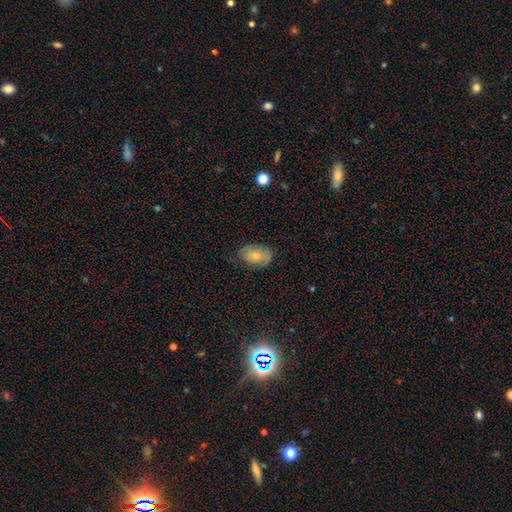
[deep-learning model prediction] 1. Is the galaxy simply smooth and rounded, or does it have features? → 60% smooth, 33% featured or disk, 7% star or artifact.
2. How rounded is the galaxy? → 85% in between, 14% round, 1% cigar-shaped.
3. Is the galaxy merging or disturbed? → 63% none, 28% minor disturbance, 8% major disturbance, 1% merger.